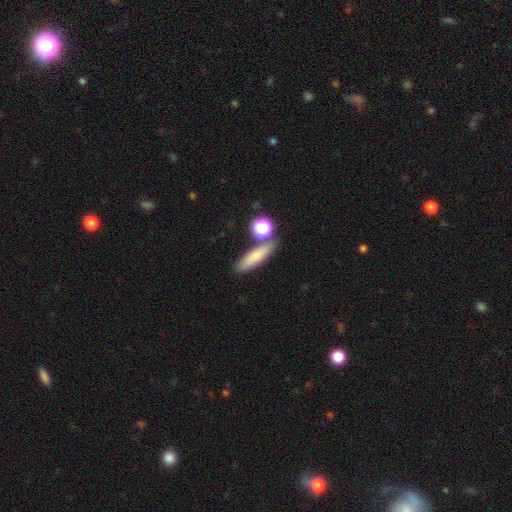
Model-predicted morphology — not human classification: smooth-or-featured: smooth: 73% | featured or disk: 17% | star or artifact: 10%
  how-rounded: cigar-shaped: 58% | in between: 34% | round: 8%
  merging: none: 71% | minor disturbance: 12% | merger: 12% | major disturbance: 4%